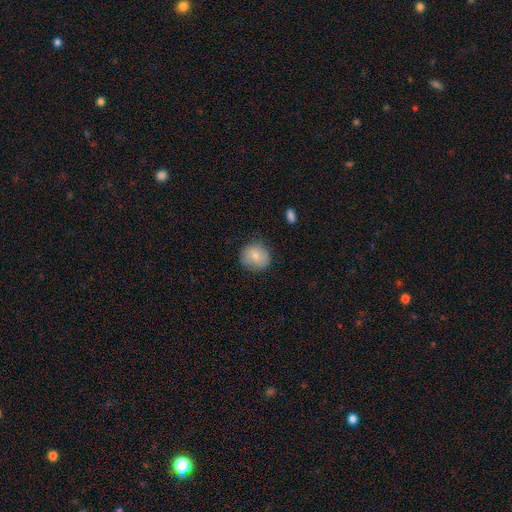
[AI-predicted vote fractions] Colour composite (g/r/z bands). It shows a smooth galaxy with no disk features (79%) that is round (82%). Merging: none (78%).